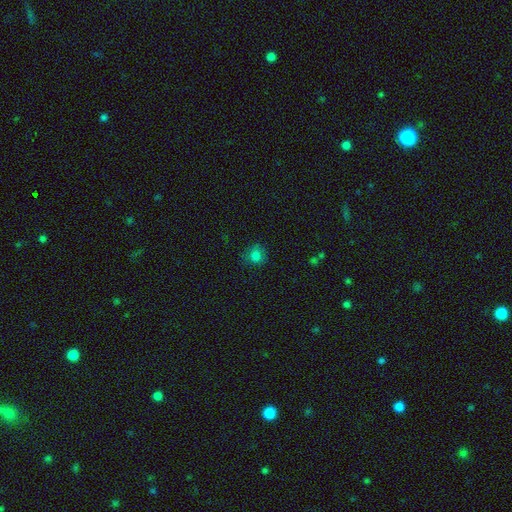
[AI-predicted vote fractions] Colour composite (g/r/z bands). It shows a smooth galaxy with no disk features (79%) that is round (83%). Merging: none (78%).